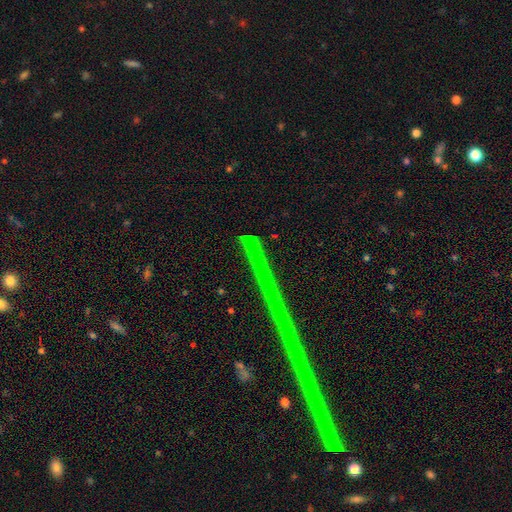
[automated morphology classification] This is likely a star or artifact rather than a galaxy (76%).